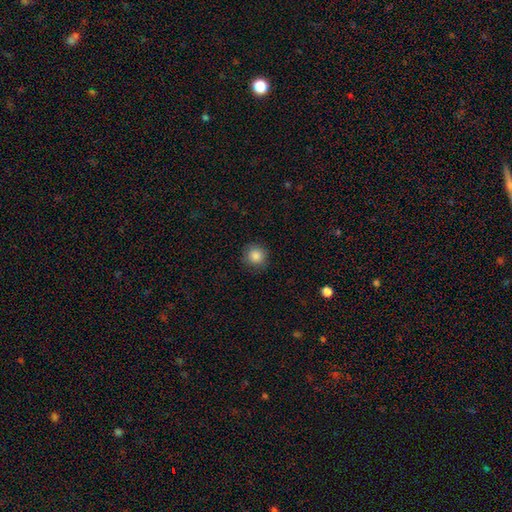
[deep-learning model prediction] The model was most divided on "smooth or featured": smooth: 87%, star or artifact: 9%, featured or disk: 4%. More confident: how rounded — round (94%); merging — none (87%).